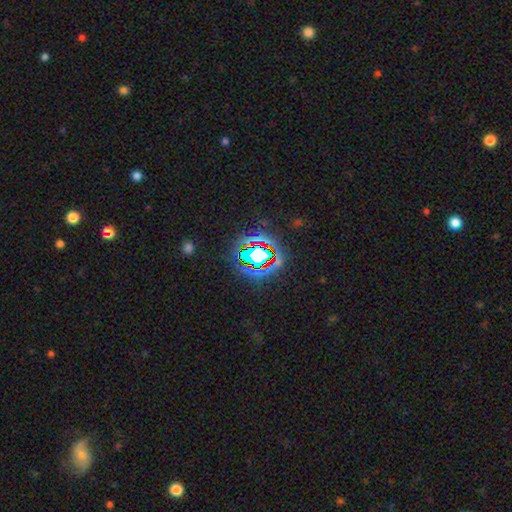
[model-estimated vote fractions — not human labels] Morphology: type=star or artifact (72%).